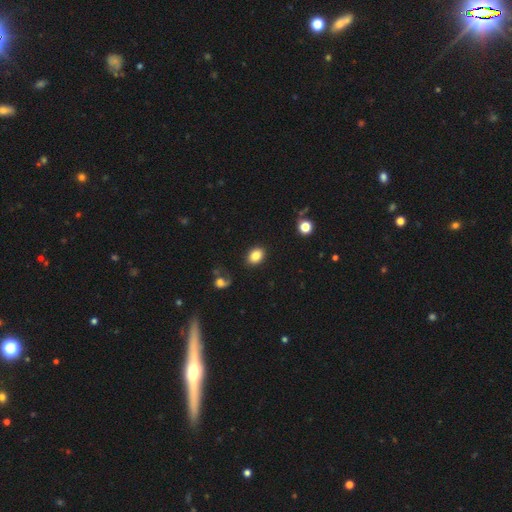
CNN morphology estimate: Smooth or featured: smooth — 85% (star or artifact — 9%)
How rounded: in between — 69% (round — 30%)
Merging: none — 87% (minor disturbance — 8%)